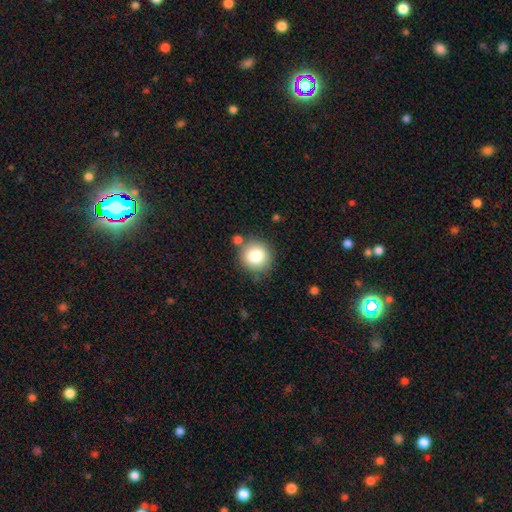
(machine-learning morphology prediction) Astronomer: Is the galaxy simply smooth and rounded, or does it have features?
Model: smooth — 83%.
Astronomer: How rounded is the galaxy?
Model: round — 89%.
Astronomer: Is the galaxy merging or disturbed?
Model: none — 77%.